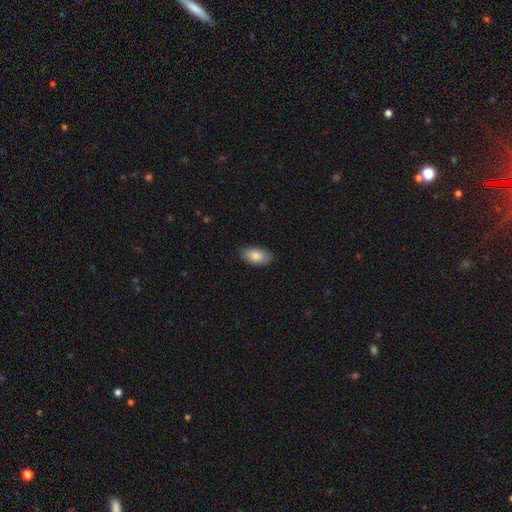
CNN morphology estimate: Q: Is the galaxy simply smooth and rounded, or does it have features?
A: smooth — 83%.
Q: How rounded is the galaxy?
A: in between — 94%.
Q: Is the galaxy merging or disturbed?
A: none — 82%.